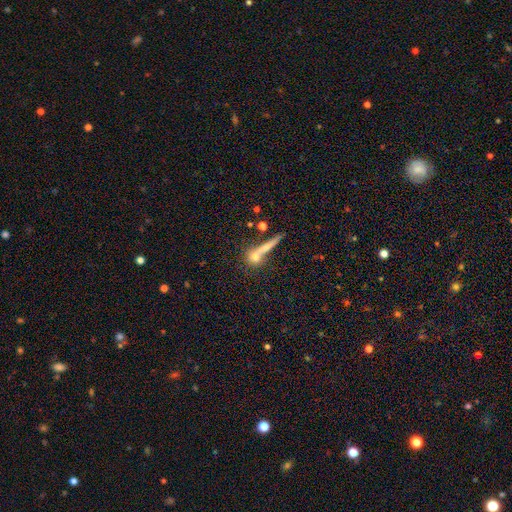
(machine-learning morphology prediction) smooth 61%, featured or disk 25%, star or artifact 14%. Down the decision tree: how rounded — round (55%); merging — none (50%).